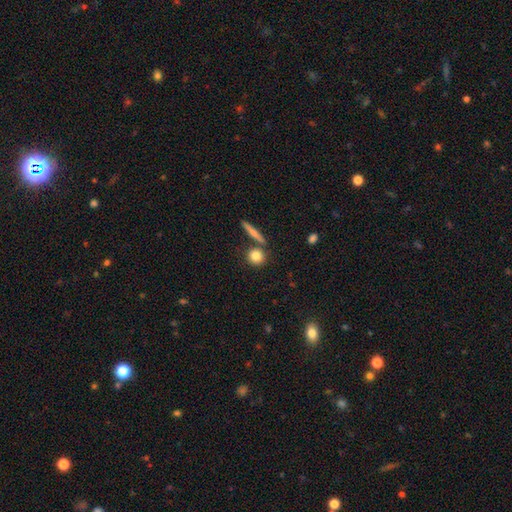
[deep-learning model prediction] A smooth galaxy with no disk features (82%) that is round (85%). Merging: none (75%).